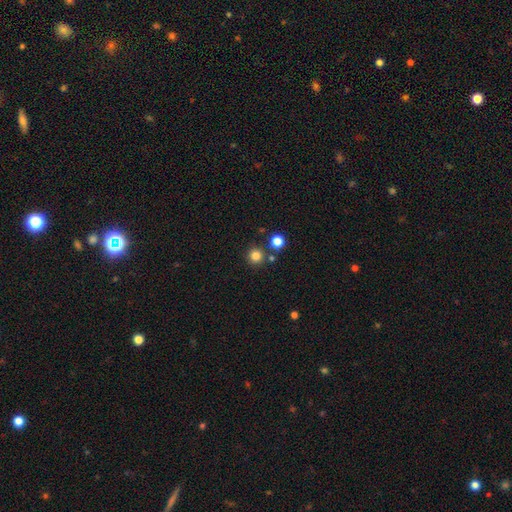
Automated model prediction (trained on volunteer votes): This appears to be a smooth galaxy with no disk features (81%) that is round (95%). Merging: none (83%).